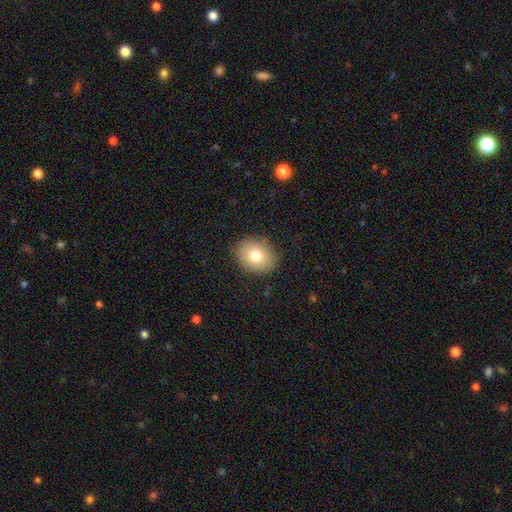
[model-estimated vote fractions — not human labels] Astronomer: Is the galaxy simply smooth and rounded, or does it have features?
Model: smooth — 78%.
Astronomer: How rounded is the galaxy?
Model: round — 51% (runner-up: in between, 48%).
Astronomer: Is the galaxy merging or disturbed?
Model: none — 88%.